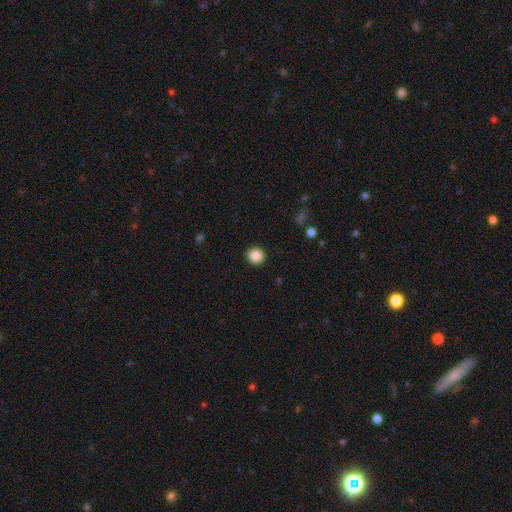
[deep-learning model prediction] Overall: smooth (87%). How rounded: round (93%). Merging: none (92%).